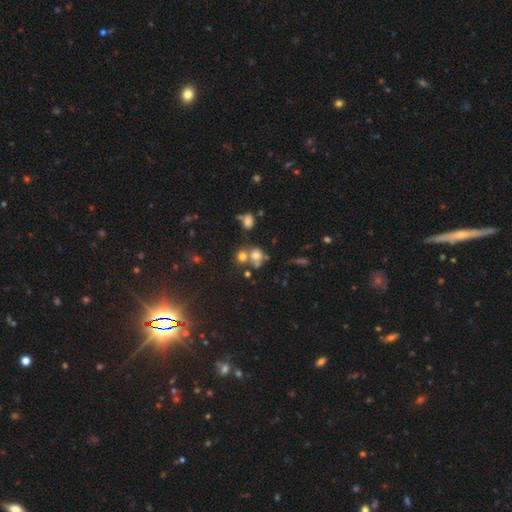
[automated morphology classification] Q: Smooth or featured?
A: smooth (65%); runner-up: star or artifact (18%)
Q: How rounded?
A: round (72%); runner-up: in between (27%)
Q: Merging?
A: merger (46%); runner-up: none (37%)